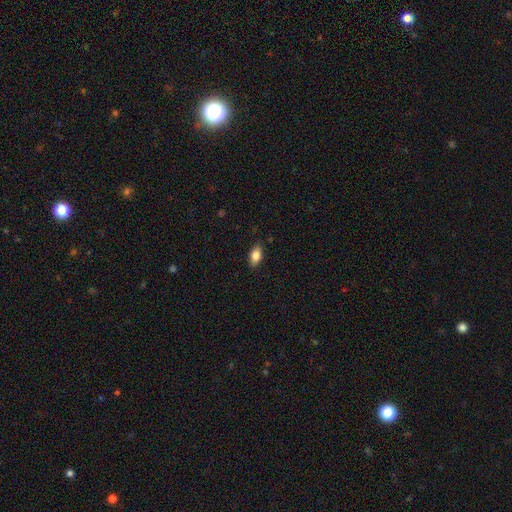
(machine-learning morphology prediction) Smooth or featured? Predicted: smooth (p=0.81). How rounded? Predicted: in between (p=0.88). Merging? Predicted: none (p=0.86).